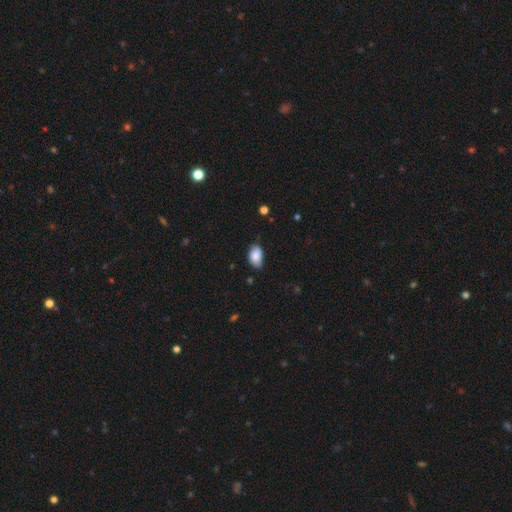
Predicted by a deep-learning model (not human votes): A smooth galaxy with no disk features (85%) that is in between round and cigar-shaped (90%). Merging: none (61%).